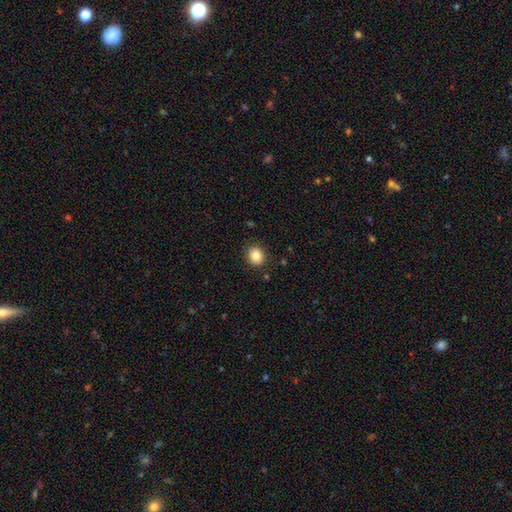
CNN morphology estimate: smooth_or_featured: smooth (p=0.84) [alt: star or artifact p=0.10]
how_rounded: round (p=0.76) [alt: in between p=0.24]
merging: none (p=0.89) [alt: minor disturbance p=0.08]